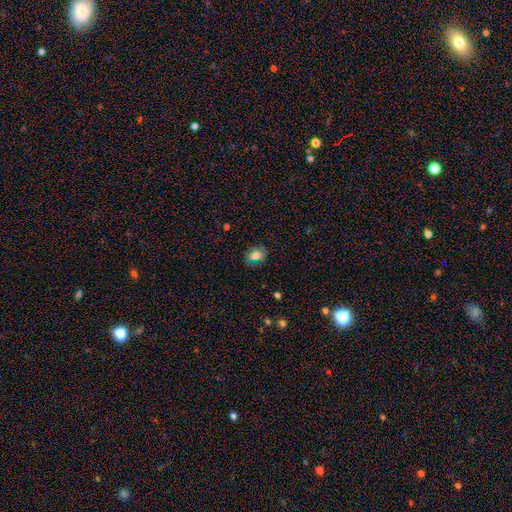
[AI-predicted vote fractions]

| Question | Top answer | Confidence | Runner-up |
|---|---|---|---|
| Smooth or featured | smooth | 73% | featured or disk (17%) |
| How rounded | in between | 64% | round (34%) |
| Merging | none | 81% | minor disturbance (14%) |